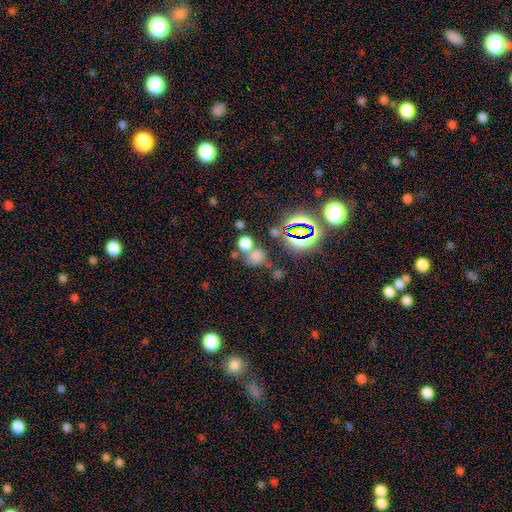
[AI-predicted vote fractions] Smooth or featured: smooth — 63% (star or artifact — 29%)
How rounded: round — 77% (in between — 22%)
Merging: none — 53% (merger — 31%)